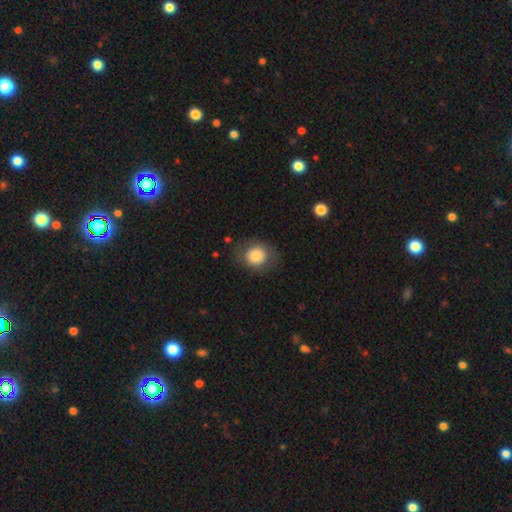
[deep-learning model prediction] Overall: smooth (81%). How rounded: round (75%). Merging: none (79%).